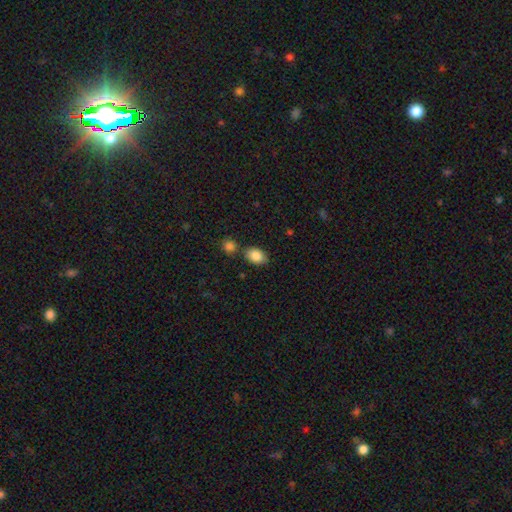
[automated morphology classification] smooth_or_featured: smooth (p=0.87) [alt: star or artifact p=0.08]
how_rounded: in between (p=0.81) [alt: round p=0.17]
merging: none (p=0.72) [alt: merger p=0.12]